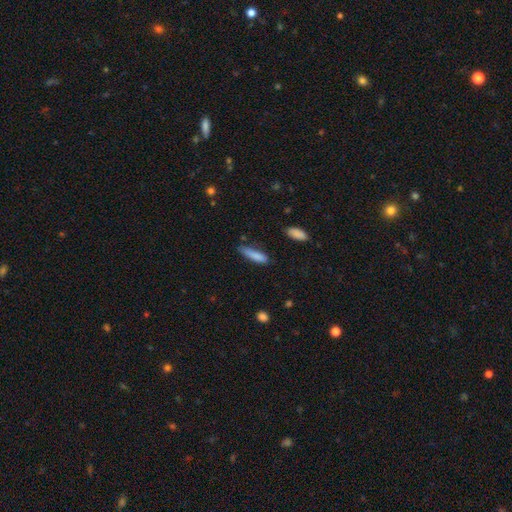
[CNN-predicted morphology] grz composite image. It shows a smooth galaxy with no disk features (84%) that is cigar-shaped (71%). Merging: none (63%).